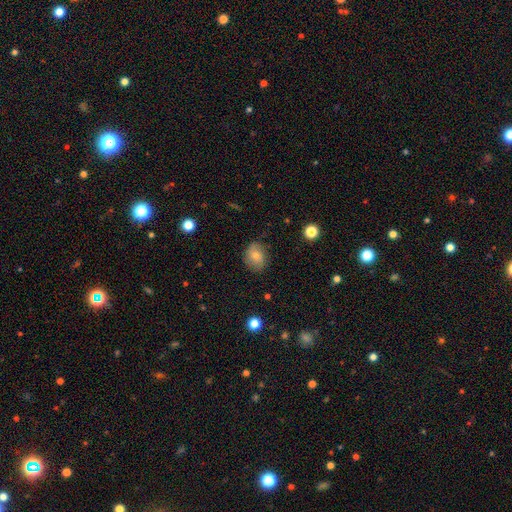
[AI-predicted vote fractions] Smooth or featured? Predicted: smooth (p=0.72). How rounded? Predicted: in between (p=0.54). Merging? Predicted: none (p=0.77).